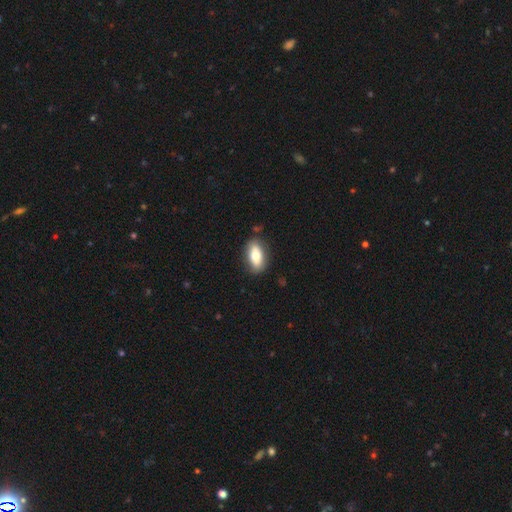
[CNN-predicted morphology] Smooth or featured: smooth — 72% (featured or disk — 21%)
How rounded: in between — 88% (cigar-shaped — 7%)
Merging: none — 83% (minor disturbance — 12%)